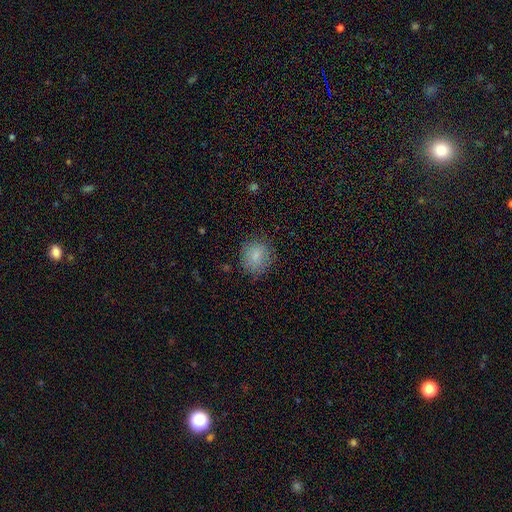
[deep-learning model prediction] Smooth or featured? Predicted: smooth (p=0.83). How rounded? Predicted: round (p=0.80). Merging? Predicted: none (p=0.82).